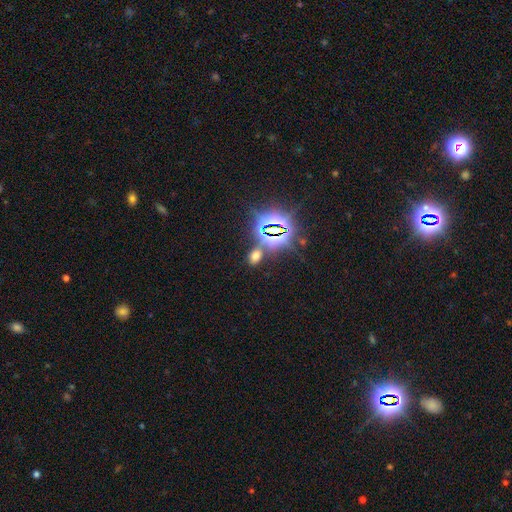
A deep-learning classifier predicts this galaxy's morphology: A smooth galaxy with no disk features (49%). Merging: none (76%).